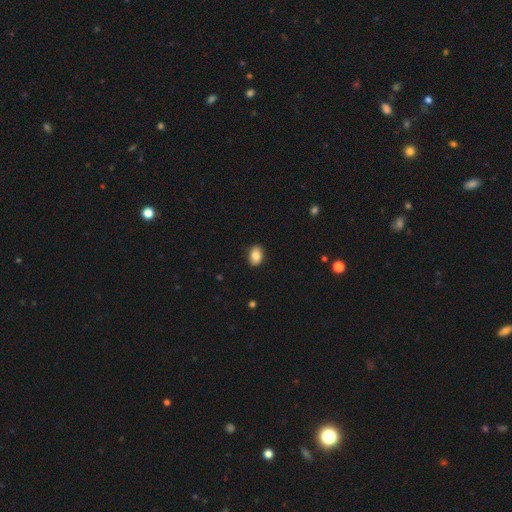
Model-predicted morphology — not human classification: Smooth or featured? smooth (86%)
How rounded? in between (79%)
Merging? none (89%)